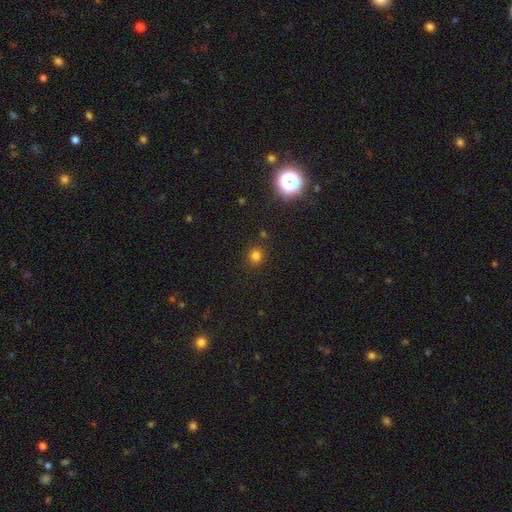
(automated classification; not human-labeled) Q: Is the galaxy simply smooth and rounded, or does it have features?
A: smooth — 78%.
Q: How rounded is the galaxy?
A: round — 89%.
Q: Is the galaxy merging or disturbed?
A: none — 87%.